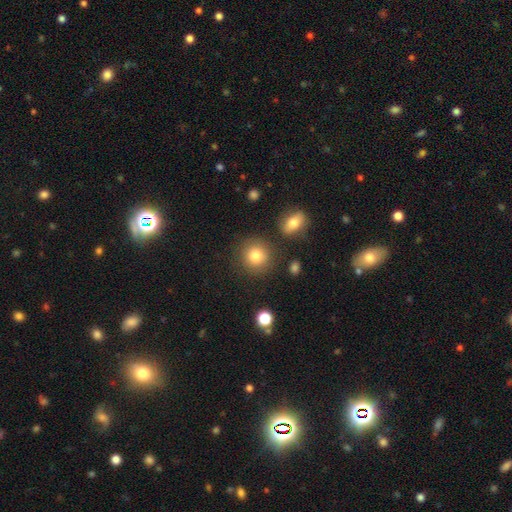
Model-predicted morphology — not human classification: The model was most divided on "smooth or featured": smooth: 82%, star or artifact: 10%, featured or disk: 8%. More confident: how rounded — round (90%); merging — none (83%).